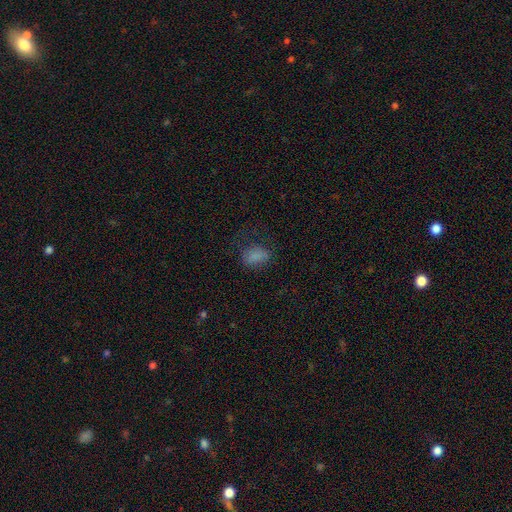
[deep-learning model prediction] Morphology: type=smooth (79%); roundness=in between (81%); merging=none (61%).